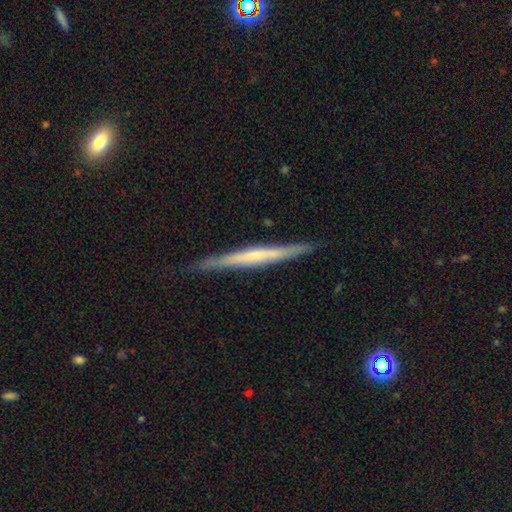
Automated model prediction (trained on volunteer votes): Q: Smooth or featured?
A: featured or disk (60%); runner-up: smooth (34%)
Q: Edge-on disk?
A: yes (97%); runner-up: no (3%)
Q: Edge-on bulge?
A: none (68%); runner-up: rounded (21%)
Q: Merging?
A: none (88%); runner-up: minor disturbance (9%)